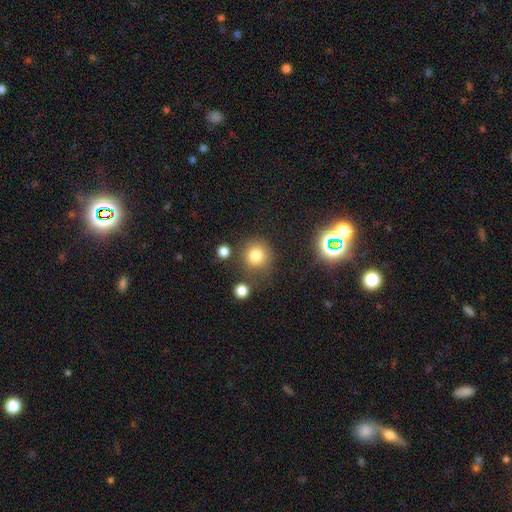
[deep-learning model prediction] A smooth galaxy with no disk features (79%) that is round (89%).

Vote fractions:
- Smooth or featured? smooth: 79% / star or artifact: 14% / featured or disk: 7%
- How rounded? round: 89% / in between: 10% / cigar-shaped: 1%
- Merging? none: 77% / minor disturbance: 12% / merger: 7% / major disturbance: 5%